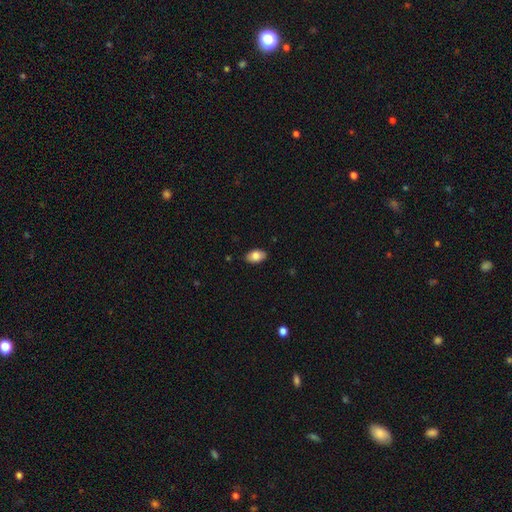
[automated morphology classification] Smooth or featured? Predicted: smooth (p=0.83). How rounded? Predicted: in between (p=0.92). Merging? Predicted: none (p=0.88).